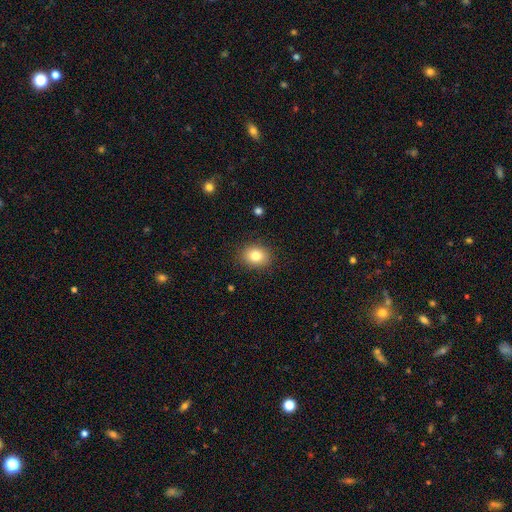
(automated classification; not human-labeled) smooth_or_featured: smooth (p=0.82) [alt: star or artifact p=0.10]
how_rounded: round (p=0.53) [alt: in between p=0.47]
merging: none (p=0.88) [alt: minor disturbance p=0.09]